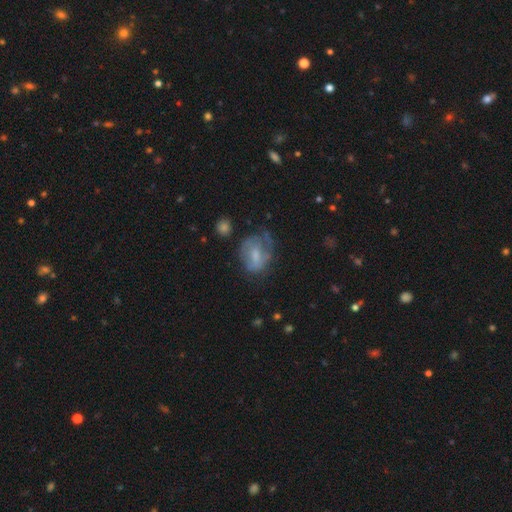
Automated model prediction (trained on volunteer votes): featured or disk 46%, smooth 44%, star or artifact 9%. Down the decision tree: merging — none (44%).